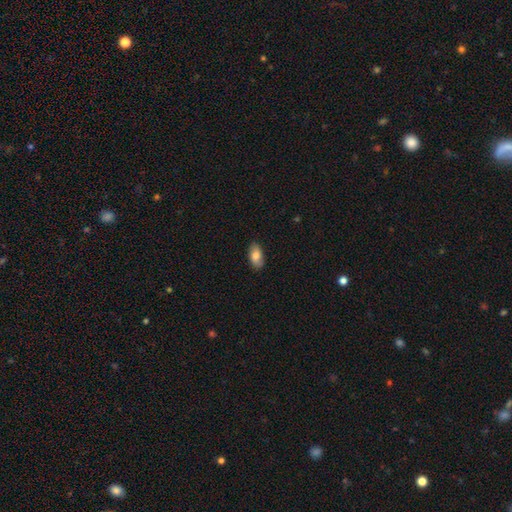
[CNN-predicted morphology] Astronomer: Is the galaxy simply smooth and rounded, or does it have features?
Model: smooth — 79%.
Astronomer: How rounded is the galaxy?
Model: in between — 92%.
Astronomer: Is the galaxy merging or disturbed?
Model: none — 85%.